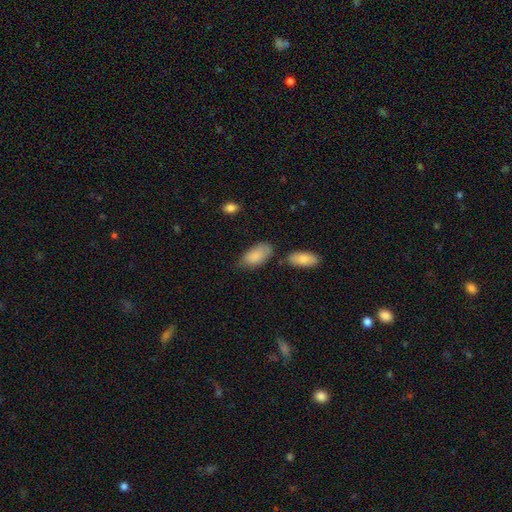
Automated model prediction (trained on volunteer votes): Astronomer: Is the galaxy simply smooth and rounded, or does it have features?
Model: smooth — 86%.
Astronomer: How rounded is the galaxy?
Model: in between — 93%.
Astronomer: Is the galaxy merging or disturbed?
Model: none — 53% (runner-up: minor disturbance, 31%).